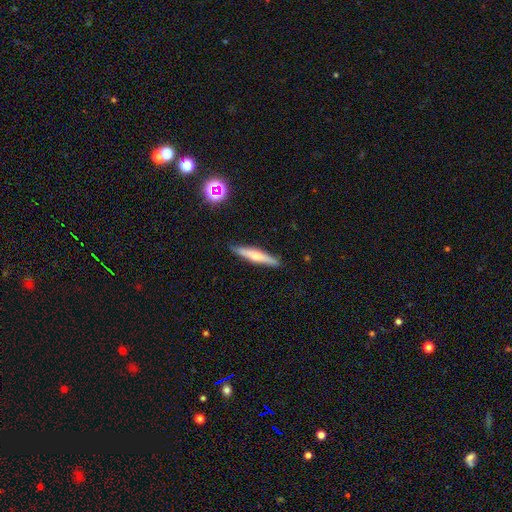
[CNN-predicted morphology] smooth_or_featured: smooth (p=0.55) [alt: featured or disk p=0.38]
how_rounded: cigar-shaped (p=0.92) [alt: in between p=0.07]
merging: none (p=0.86) [alt: minor disturbance p=0.11]